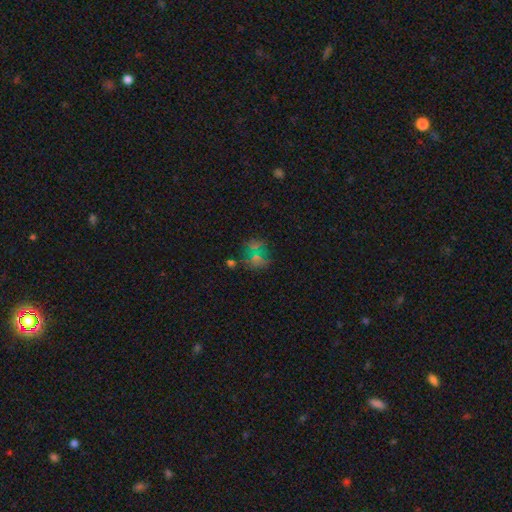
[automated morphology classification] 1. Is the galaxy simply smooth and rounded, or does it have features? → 53% smooth, 35% star or artifact, 12% featured or disk.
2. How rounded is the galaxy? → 83% round, 16% in between, 2% cigar-shaped.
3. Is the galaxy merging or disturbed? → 68% none, 15% minor disturbance, 8% merger, 8% major disturbance.